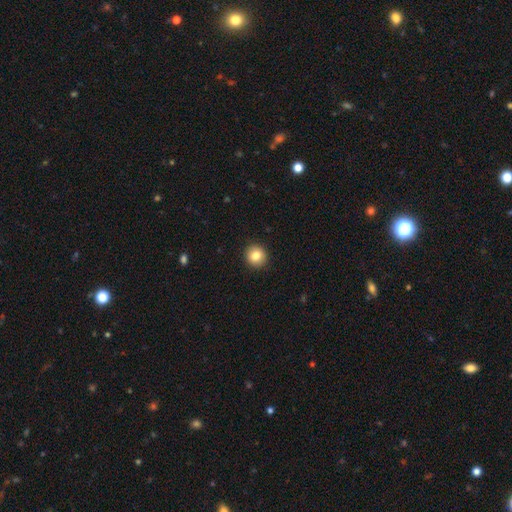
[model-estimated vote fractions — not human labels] Overall: smooth (83%). How rounded: round (92%). Merging: none (92%).